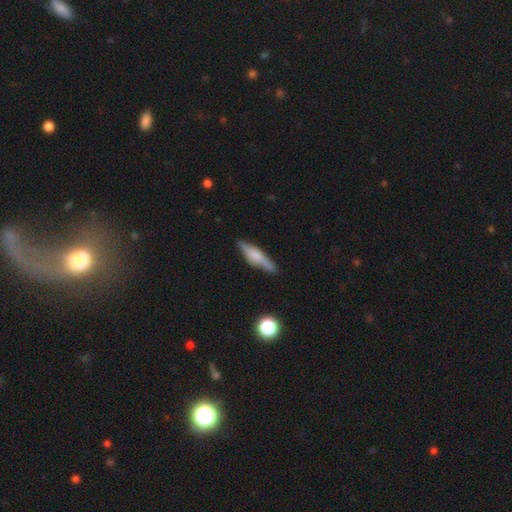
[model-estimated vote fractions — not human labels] Q: Smooth or featured?
A: smooth (48%); runner-up: featured or disk (44%)
Q: Merging?
A: none (78%); runner-up: minor disturbance (16%)